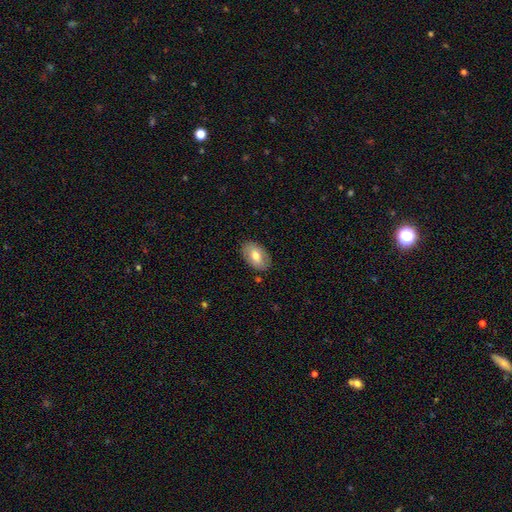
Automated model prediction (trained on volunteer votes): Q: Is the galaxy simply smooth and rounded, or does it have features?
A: smooth — 70%.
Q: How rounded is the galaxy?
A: in between — 90%.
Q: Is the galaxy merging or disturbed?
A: none — 85%.